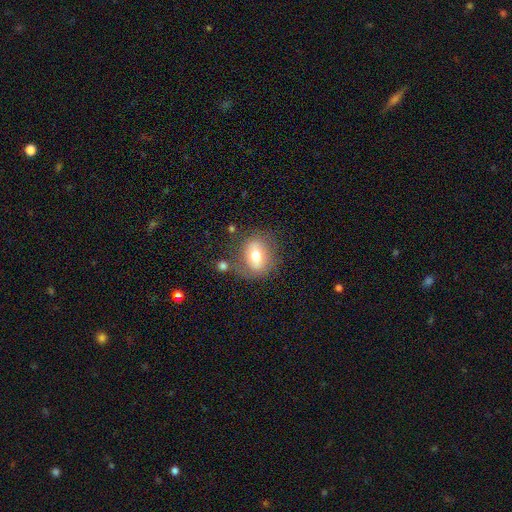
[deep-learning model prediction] The model was most divided on "how rounded": in between: 50%, round: 49%, cigar-shaped: 2%. More confident: merging — none (66%); smooth or featured — smooth (61%).